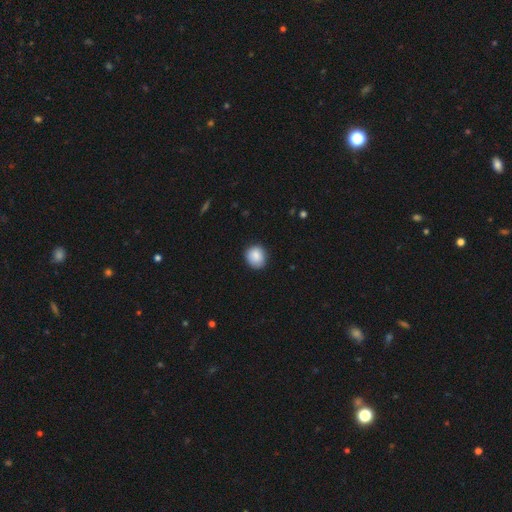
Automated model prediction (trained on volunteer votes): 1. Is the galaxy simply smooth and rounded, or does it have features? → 87% smooth, 8% star or artifact, 5% featured or disk.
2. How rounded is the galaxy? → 82% round, 17% in between, 1% cigar-shaped.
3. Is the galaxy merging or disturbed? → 83% none, 14% minor disturbance, 2% major disturbance, 1% merger.